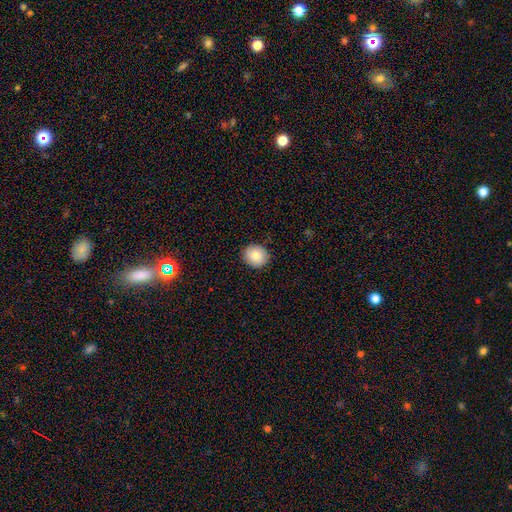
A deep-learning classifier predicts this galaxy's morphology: A smooth galaxy with no disk features (84%) that is round (78%). Merging: none (88%).